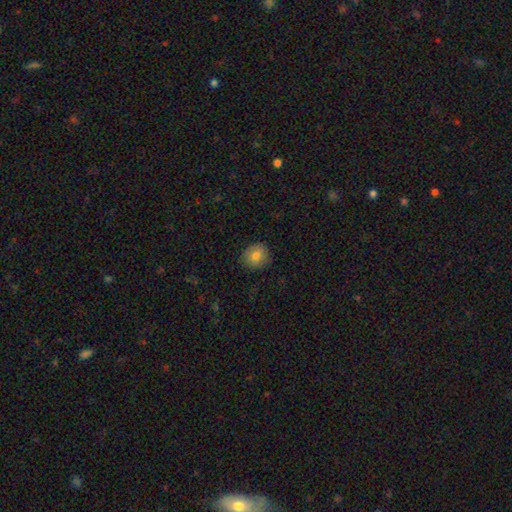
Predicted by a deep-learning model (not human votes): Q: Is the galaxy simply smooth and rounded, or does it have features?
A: smooth — 80%.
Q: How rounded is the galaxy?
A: round — 85%.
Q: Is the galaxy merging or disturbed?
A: none — 86%.